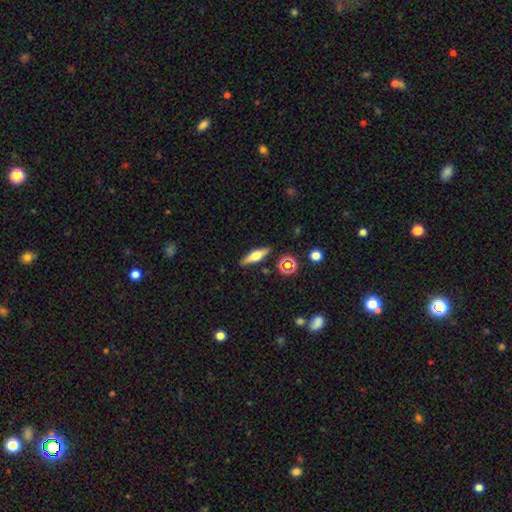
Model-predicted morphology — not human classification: A featured or disk galaxy (50%). Merging: none (87%).